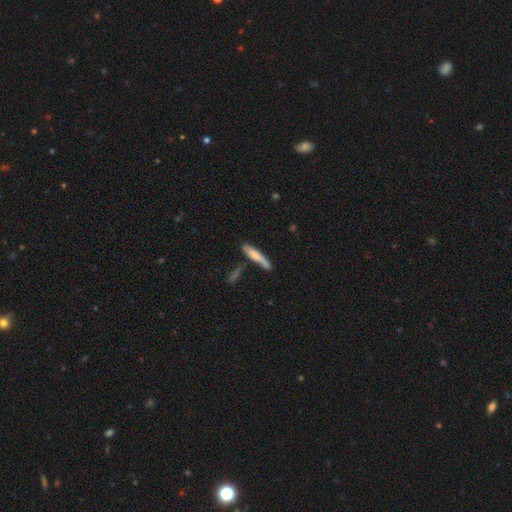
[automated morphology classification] Q: Smooth or featured?
A: smooth (69%); runner-up: featured or disk (25%)
Q: How rounded?
A: cigar-shaped (85%); runner-up: in between (13%)
Q: Merging?
A: none (55%); runner-up: minor disturbance (20%)